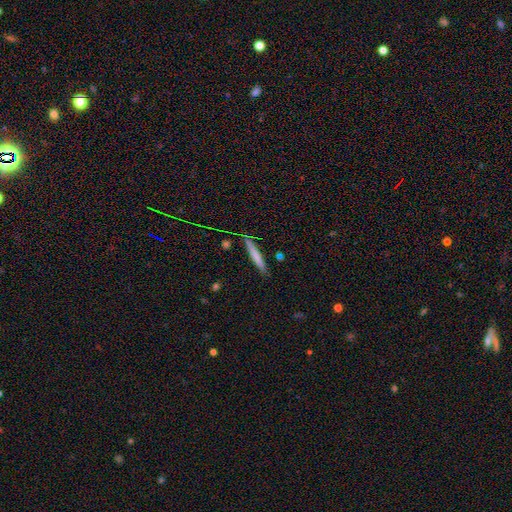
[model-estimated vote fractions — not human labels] A smooth galaxy with no disk features (65%) that is cigar-shaped (95%).

Vote fractions:
- Smooth or featured? smooth: 65% / featured or disk: 28% / star or artifact: 6%
- How rounded? cigar-shaped: 95% / in between: 3% / round: 1%
- Merging? none: 84% / minor disturbance: 11% / merger: 3% / major disturbance: 2%